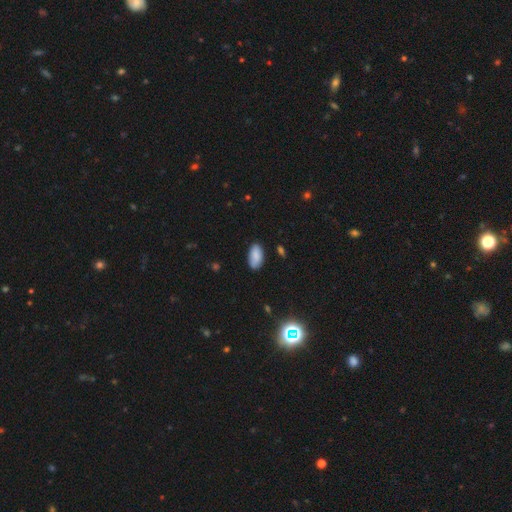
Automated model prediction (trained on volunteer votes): Smooth or featured?
  - smooth: 87% *
  - star or artifact: 8%
  - featured or disk: 6%
How rounded?
  - in between: 95% *
  - cigar-shaped: 3%
  - round: 2%
Merging?
  - none: 83% *
  - minor disturbance: 13%
  - major disturbance: 2%
  - merger: 1%